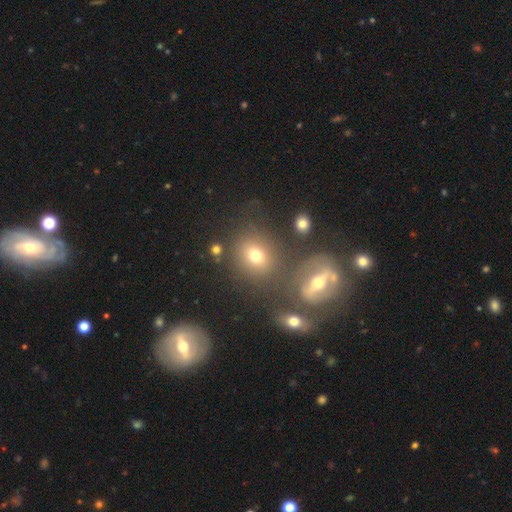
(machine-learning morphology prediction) Smooth or featured? Predicted: smooth (p=0.68). How rounded? Predicted: round (p=0.71). Merging? Predicted: none (p=0.69).